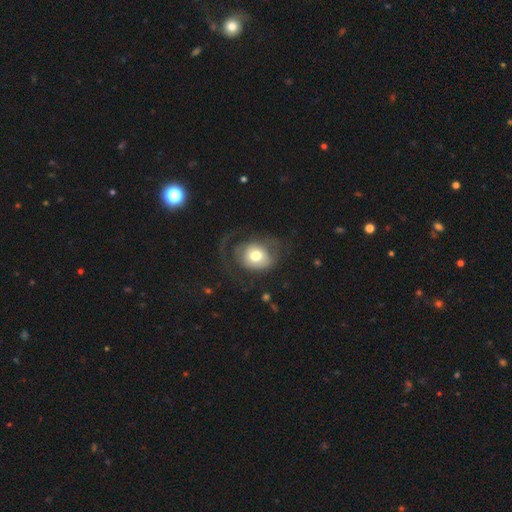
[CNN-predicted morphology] The model was most divided on "merging": major disturbance: 41%, none: 40%, minor disturbance: 18%, merger: 2%. More confident: smooth or featured — smooth (54%); how rounded — round (50%).